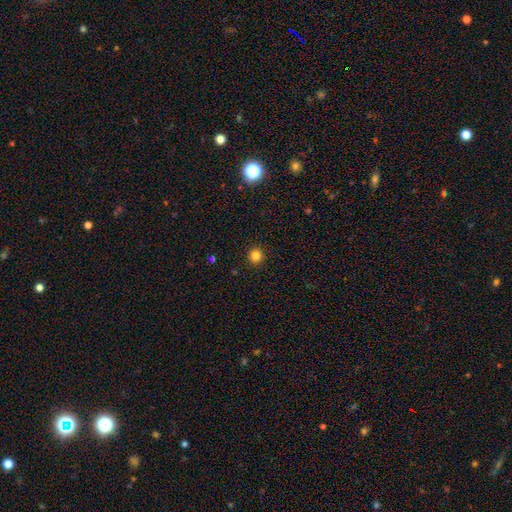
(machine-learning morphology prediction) smooth 83%, star or artifact 13%, featured or disk 4%. Down the decision tree: how rounded — round (91%); merging — none (92%).